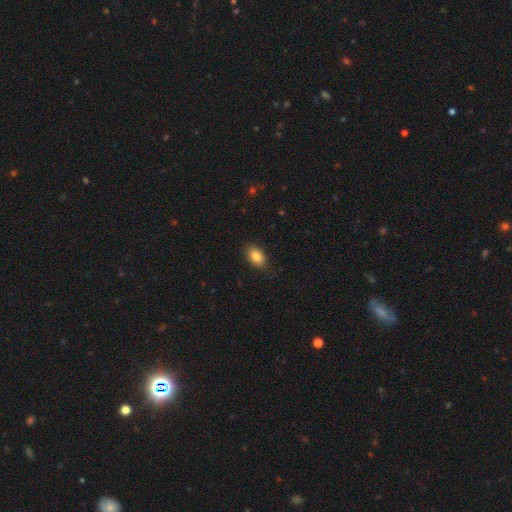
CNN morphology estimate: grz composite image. It shows a smooth galaxy with no disk features (85%) that is in between round and cigar-shaped (88%). Merging: none (85%).